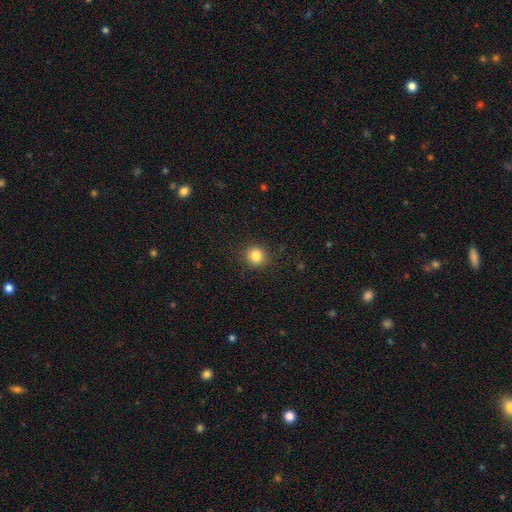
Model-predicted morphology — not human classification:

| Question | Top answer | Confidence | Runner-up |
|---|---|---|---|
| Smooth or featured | smooth | 84% | star or artifact (11%) |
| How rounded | round | 89% | in between (10%) |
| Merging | none | 89% | minor disturbance (8%) |